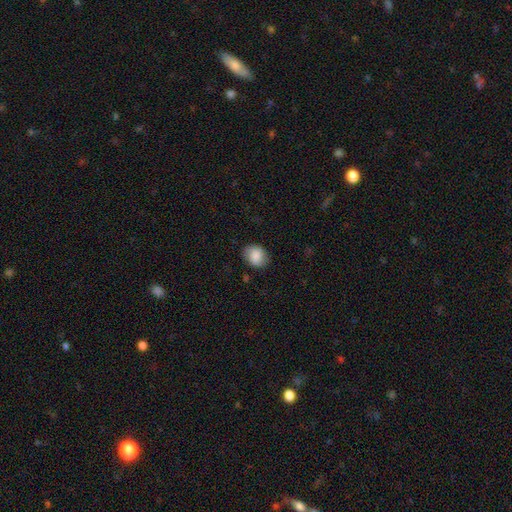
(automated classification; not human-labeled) A smooth galaxy with no disk features (85%) that is round (57%).

Vote fractions:
- Smooth or featured? smooth: 85% / featured or disk: 8% / star or artifact: 8%
- How rounded? round: 57% / in between: 42% / cigar-shaped: 1%
- Merging? none: 80% / minor disturbance: 15% / major disturbance: 4% / merger: 1%